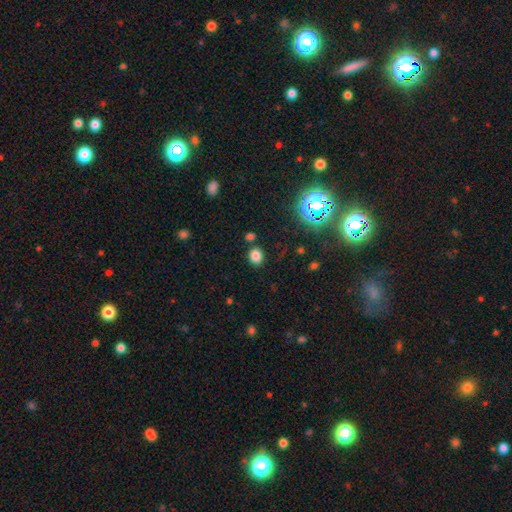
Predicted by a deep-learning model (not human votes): Smooth or featured: smooth — 79% (star or artifact — 16%)
How rounded: round — 64% (in between — 35%)
Merging: none — 81% (minor disturbance — 9%)